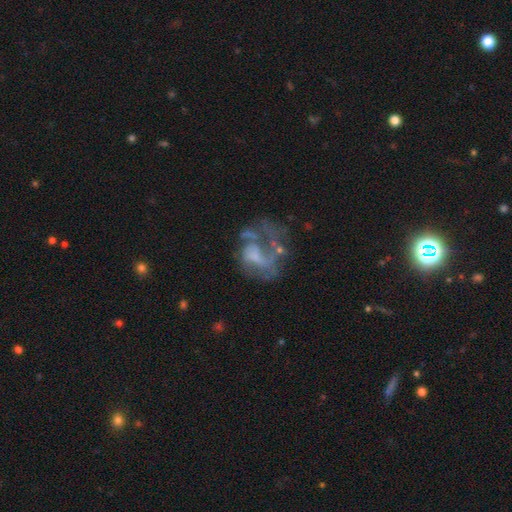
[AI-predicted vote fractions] Smooth or featured? Predicted: featured or disk (p=0.73). Edge-on disk? Predicted: no (p=0.98). Bar? Predicted: no (p=0.62). Spiral arms? Predicted: yes (p=0.66). Bulge size? Predicted: none (p=0.45). Merging? Predicted: major disturbance (p=0.47).